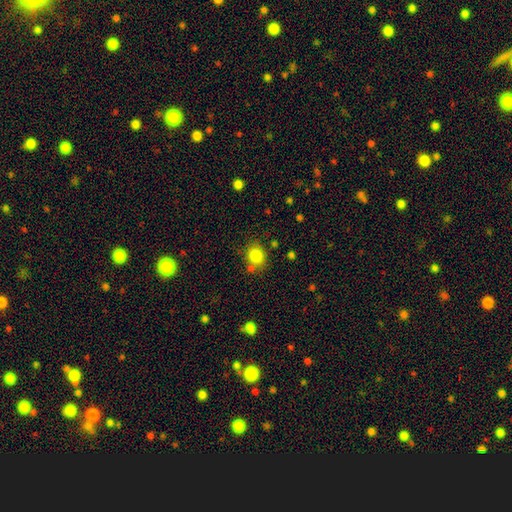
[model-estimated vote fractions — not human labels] Smooth or featured? smooth (83%)
How rounded? round (66%)
Merging? none (73%)